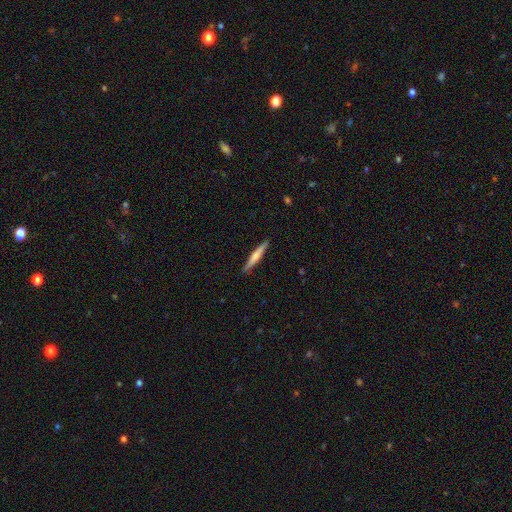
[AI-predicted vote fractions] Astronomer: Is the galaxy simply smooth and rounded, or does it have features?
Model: smooth — 52% (runner-up: featured or disk, 43%).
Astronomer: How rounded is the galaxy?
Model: cigar-shaped — 94%.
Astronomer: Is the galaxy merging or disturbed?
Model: none — 90%.